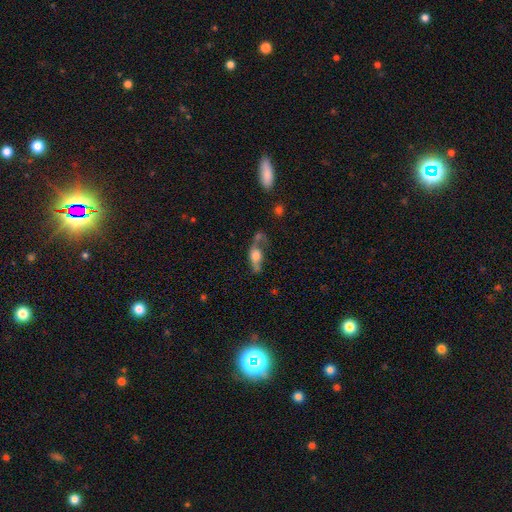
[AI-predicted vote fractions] A smooth galaxy with no disk features (47%).

Vote fractions:
- Smooth or featured? smooth: 47% / featured or disk: 45% / star or artifact: 9%
- Merging? none: 38% / major disturbance: 22% / merger: 21% / minor disturbance: 20%